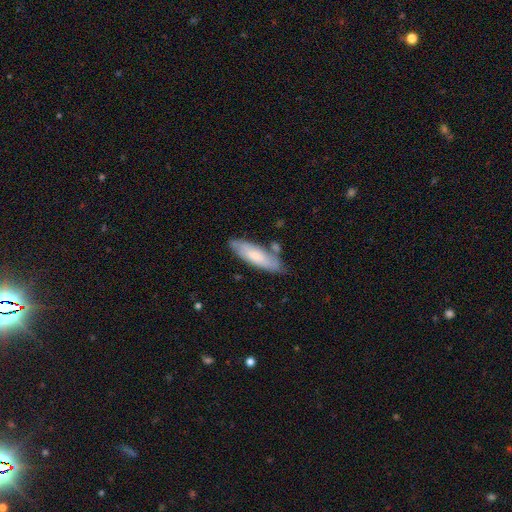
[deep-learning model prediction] smooth 61%, featured or disk 34%, star or artifact 6%. Down the decision tree: how rounded — cigar-shaped (52%); merging — none (70%).